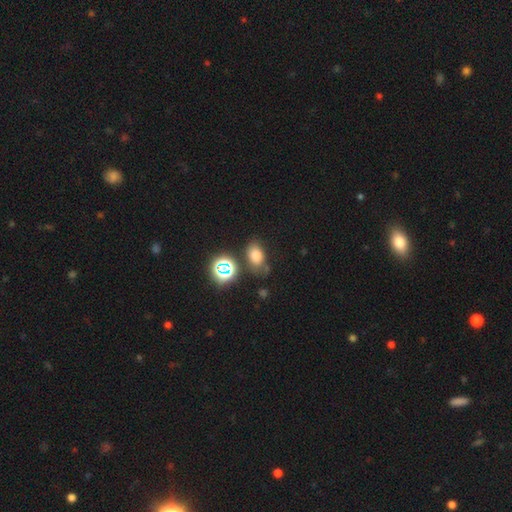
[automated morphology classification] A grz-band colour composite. It shows a smooth galaxy with no disk features (70%) that is in between round and cigar-shaped (78%). Merging: none (68%).